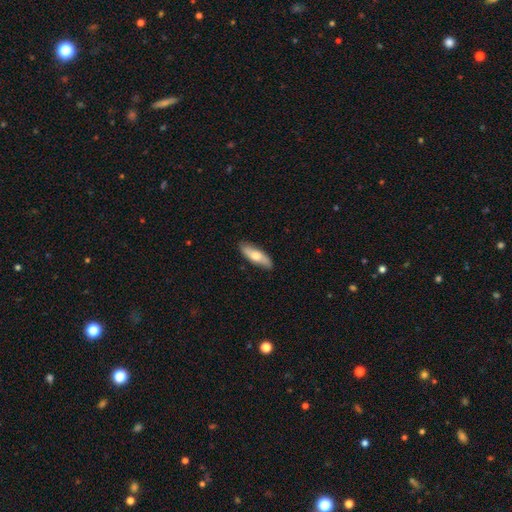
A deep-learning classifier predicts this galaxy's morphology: smooth 64%, featured or disk 31%, star or artifact 5%. Down the decision tree: how rounded — in between (51%); merging — none (86%).